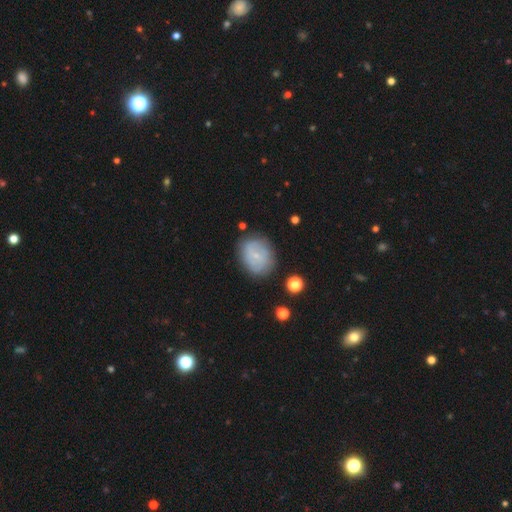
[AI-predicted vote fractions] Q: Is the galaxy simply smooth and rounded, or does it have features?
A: smooth — 47%.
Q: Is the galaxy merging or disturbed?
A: none — 76%.